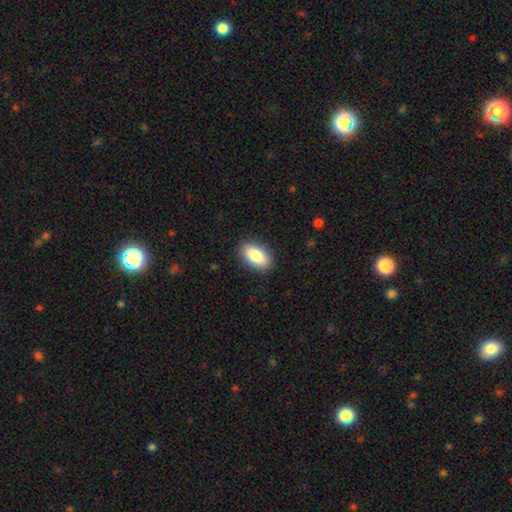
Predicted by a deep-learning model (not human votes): Smooth or featured? Predicted: smooth (p=0.84). How rounded? Predicted: in between (p=0.92). Merging? Predicted: none (p=0.89).